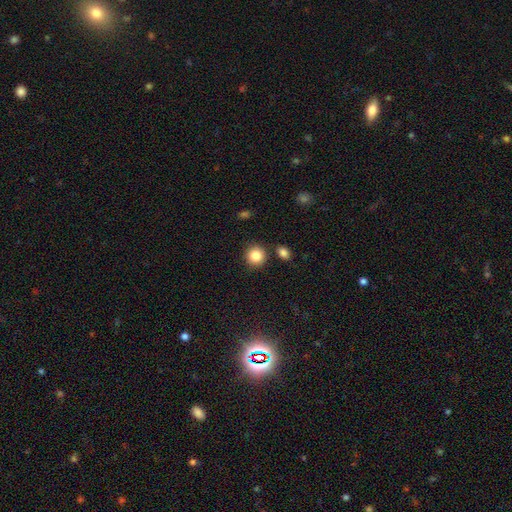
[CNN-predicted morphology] The model was most divided on "smooth or featured": smooth: 85%, star or artifact: 10%, featured or disk: 5%. More confident: how rounded — round (90%); merging — none (85%).